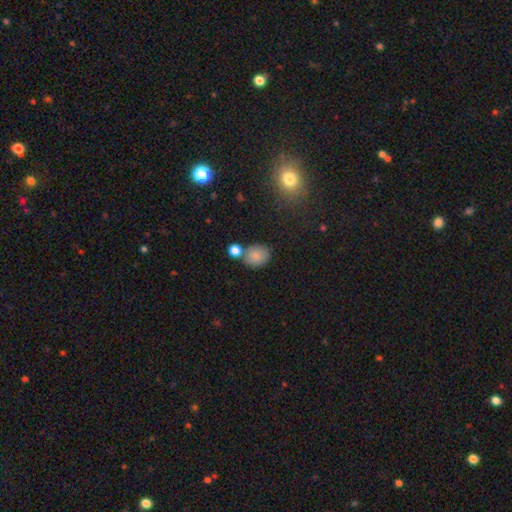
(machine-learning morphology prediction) smooth 82%, star or artifact 10%, featured or disk 8%. Down the decision tree: how rounded — round (66%); merging — none (65%).